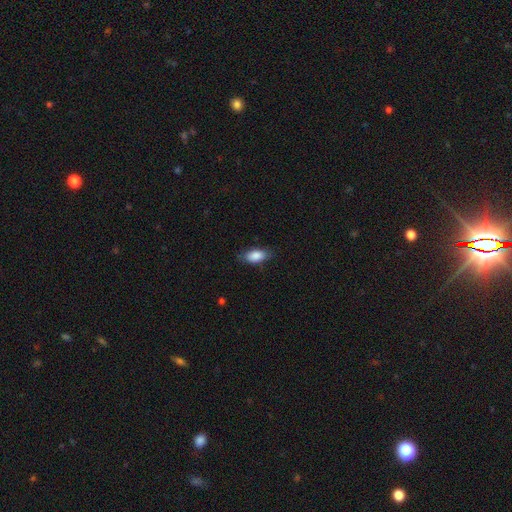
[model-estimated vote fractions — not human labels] This is clearly a smooth galaxy (86%). How rounded: clearly in between (90%). Merging: likely none (79%).